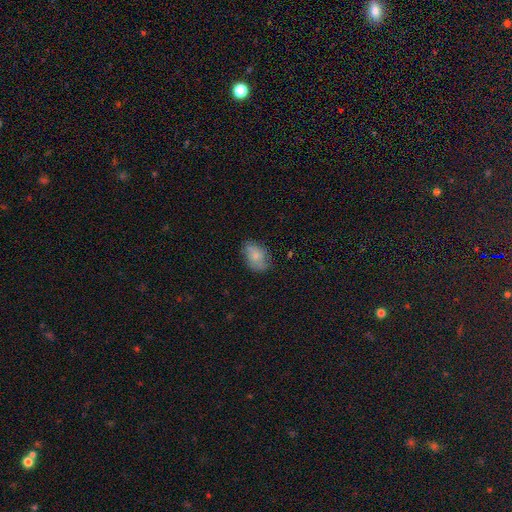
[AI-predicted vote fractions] smooth-or-featured: smooth: 70% | featured or disk: 22% | star or artifact: 9%
  how-rounded: in between: 83% | round: 16% | cigar-shaped: 2%
  merging: none: 62% | minor disturbance: 27% | major disturbance: 9% | merger: 2%